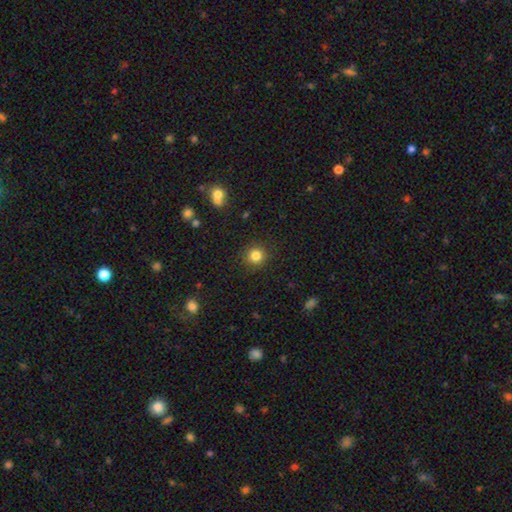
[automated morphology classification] type=smooth (83%); roundness=round (92%); merging=none (91%).